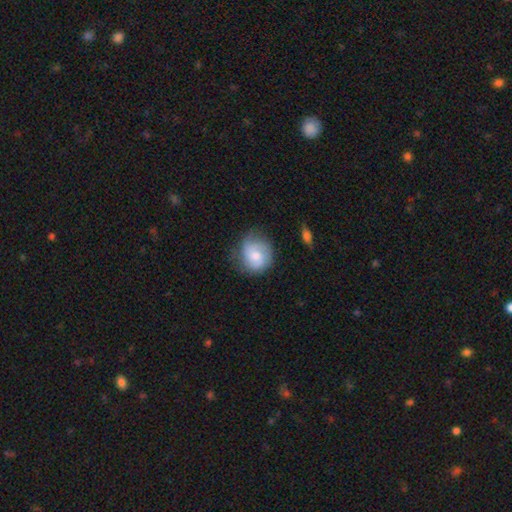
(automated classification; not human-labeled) Smooth or featured: smooth — 47% (tied with featured or disk — 47%)
Merging: none — 64% (minor disturbance — 25%)